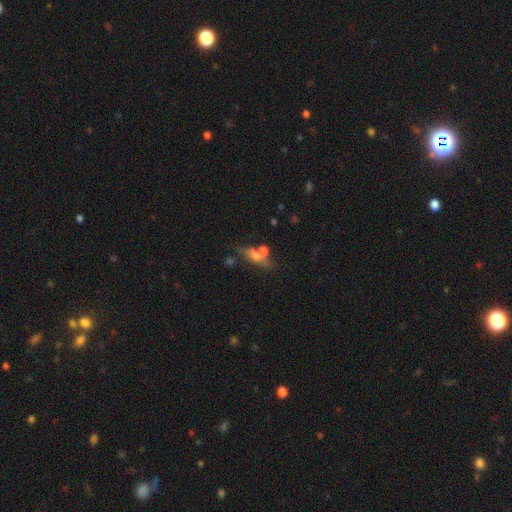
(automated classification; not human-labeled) smooth_or_featured: smooth (p=0.46) [alt: featured or disk p=0.39]
merging: none (p=0.52) [alt: merger p=0.24]